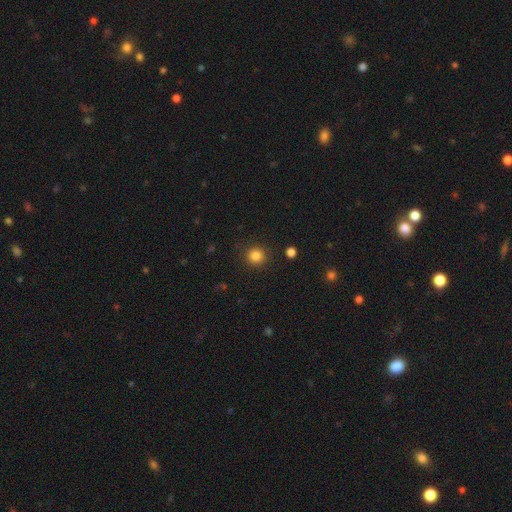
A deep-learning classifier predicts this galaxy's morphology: smooth 84%, star or artifact 12%, featured or disk 4%. Down the decision tree: how rounded — round (92%); merging — none (90%).